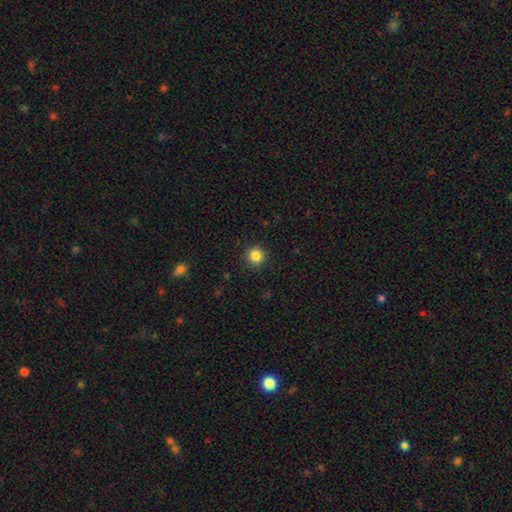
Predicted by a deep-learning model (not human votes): Smooth or featured: smooth — 85% (star or artifact — 11%)
How rounded: round — 94% (in between — 5%)
Merging: none — 91% (minor disturbance — 6%)